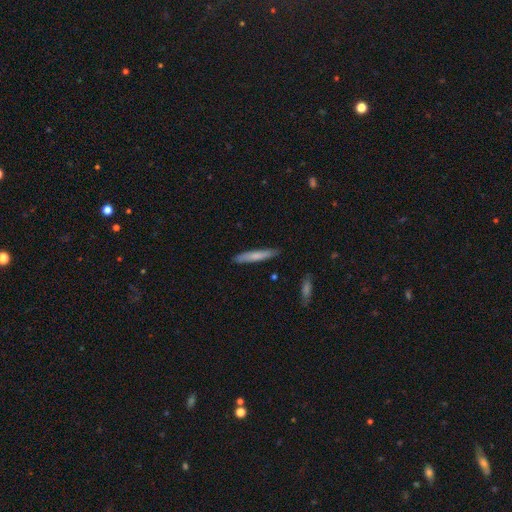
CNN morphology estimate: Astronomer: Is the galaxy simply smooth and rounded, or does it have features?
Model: smooth — 72%.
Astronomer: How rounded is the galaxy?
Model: cigar-shaped — 93%.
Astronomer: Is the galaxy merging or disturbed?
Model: none — 88%.